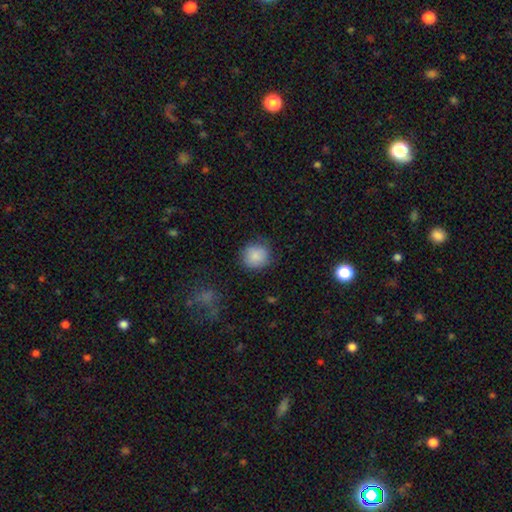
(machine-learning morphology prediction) This appears to be a smooth galaxy with no disk features (87%) that is round (88%). Merging: none (82%).